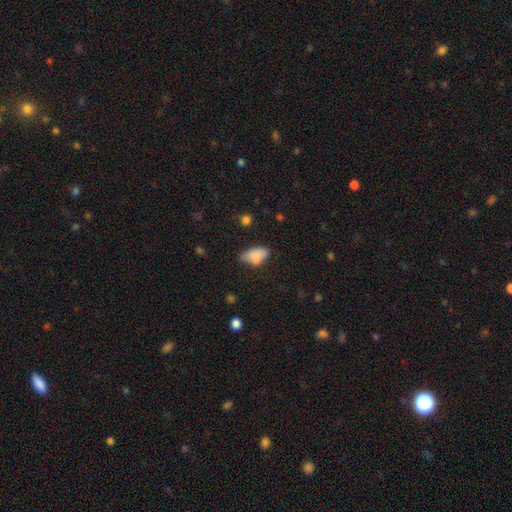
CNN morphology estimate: Overall: smooth (81%). How rounded: in between (91%). Merging: none (51%; minor disturbance 32%).